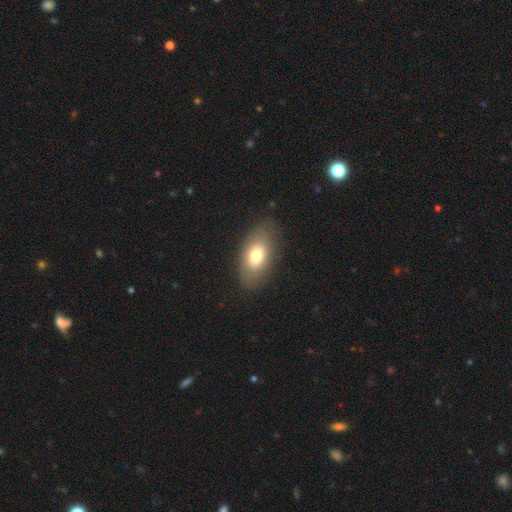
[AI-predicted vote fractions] Q: Smooth or featured?
A: smooth (71%); runner-up: featured or disk (21%)
Q: How rounded?
A: in between (90%); runner-up: round (7%)
Q: Merging?
A: none (82%); runner-up: minor disturbance (12%)